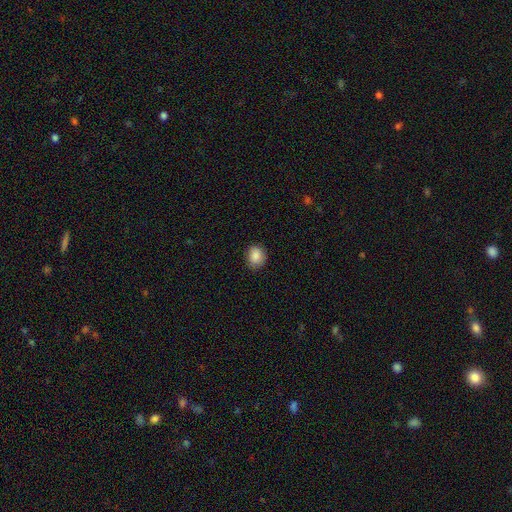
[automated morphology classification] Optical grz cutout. It shows a smooth galaxy with no disk features (88%) that is round (63%). Merging: none (84%).